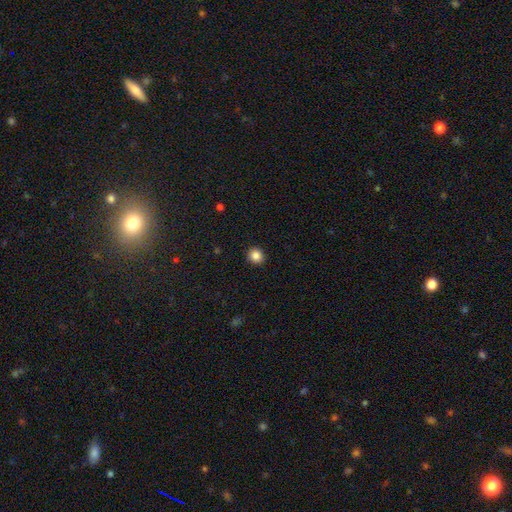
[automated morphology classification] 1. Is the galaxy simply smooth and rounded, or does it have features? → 86% smooth, 10% star or artifact, 4% featured or disk.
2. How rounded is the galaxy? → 88% round, 11% in between, 1% cigar-shaped.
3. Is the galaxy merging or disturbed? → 92% none, 5% minor disturbance, 2% major disturbance, 1% merger.